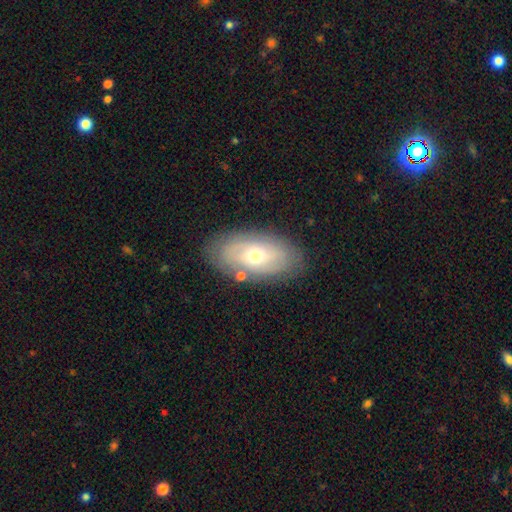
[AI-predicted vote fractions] Overall: featured or disk (52%; smooth 41%). Edge-on disk: no (89%). Merging: none (80%).